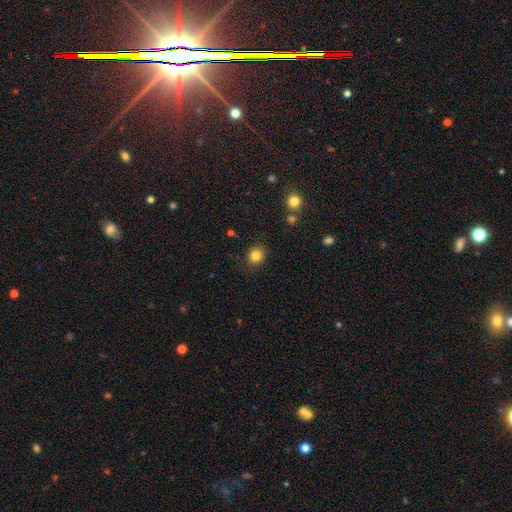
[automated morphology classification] Smooth or featured: smooth — 83% (star or artifact — 11%)
How rounded: round — 79% (in between — 20%)
Merging: none — 88% (minor disturbance — 8%)